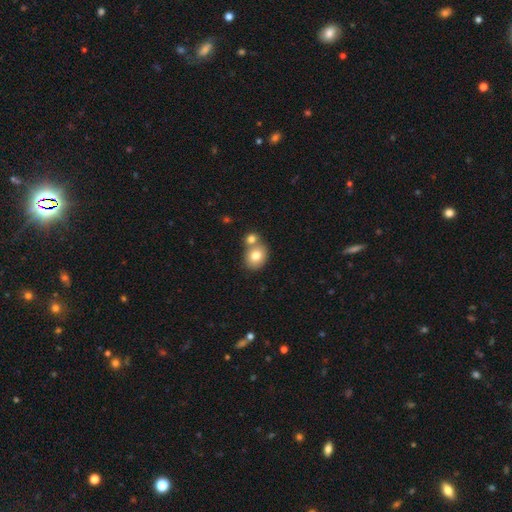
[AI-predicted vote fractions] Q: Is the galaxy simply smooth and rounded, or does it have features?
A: smooth — 77%.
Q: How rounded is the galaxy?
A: round — 62%.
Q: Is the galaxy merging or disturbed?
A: none — 47%.